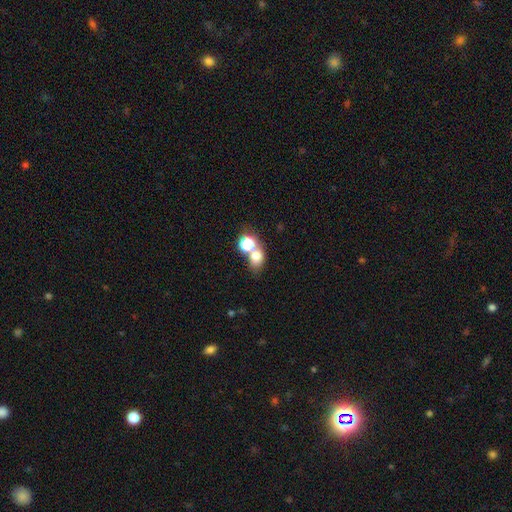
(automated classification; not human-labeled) Overall: smooth (69%). How rounded: round (49%, tied with in between). Merging: none (44%; merger 41%).